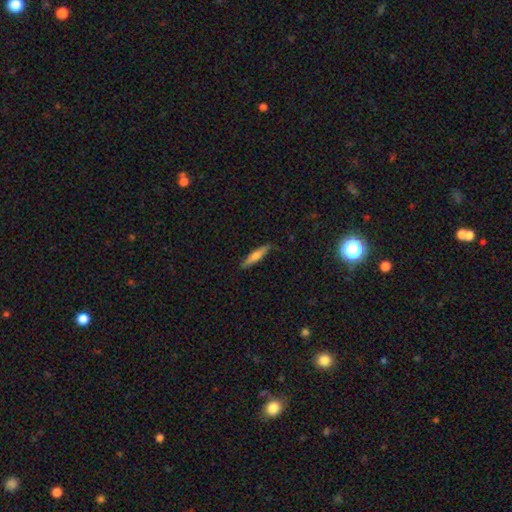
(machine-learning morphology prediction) Smooth or featured?
  - smooth: 58% *
  - featured or disk: 36%
  - star or artifact: 6%
How rounded?
  - cigar-shaped: 85% *
  - in between: 13%
  - round: 2%
Merging?
  - none: 88% *
  - minor disturbance: 9%
  - major disturbance: 2%
  - merger: 1%